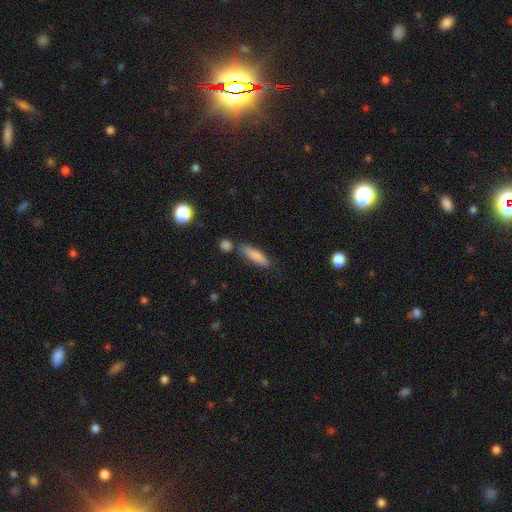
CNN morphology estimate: A smooth galaxy with no disk features (83%) that is cigar-shaped (65%).

Vote fractions:
- Smooth or featured? smooth: 83% / featured or disk: 10% / star or artifact: 7%
- How rounded? cigar-shaped: 65% / in between: 33% / round: 2%
- Merging? none: 72% / minor disturbance: 15% / merger: 9% / major disturbance: 4%